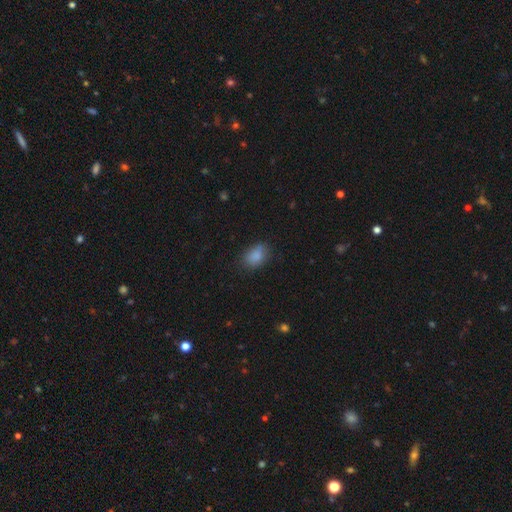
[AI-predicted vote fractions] This is clearly a smooth galaxy (85%). How rounded: likely in between (76%). Merging: likely none (73%).